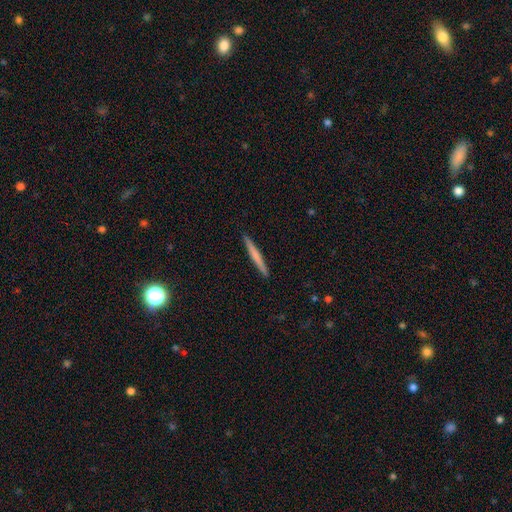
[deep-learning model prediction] The model was most divided on "smooth or featured": smooth: 55%, featured or disk: 39%, star or artifact: 6%. More confident: how rounded — cigar-shaped (97%); merging — none (93%).